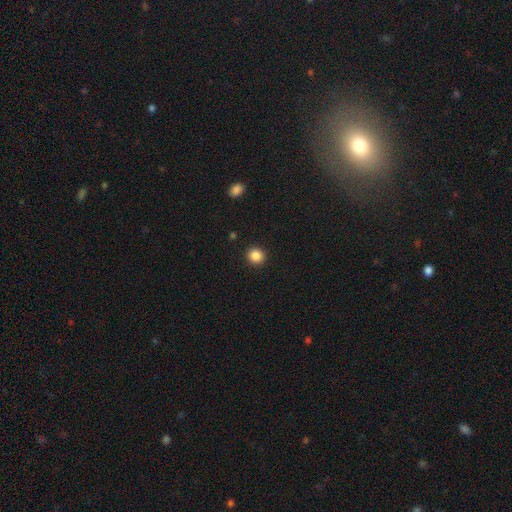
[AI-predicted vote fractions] The model was most divided on "smooth or featured": smooth: 87%, star or artifact: 10%, featured or disk: 3%. More confident: merging — none (92%); how rounded — round (92%).